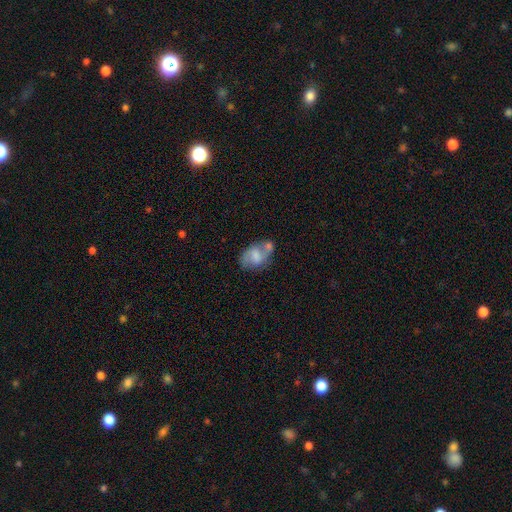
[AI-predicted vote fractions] The model was most divided on "smooth or featured": smooth: 47%, featured or disk: 44%, star or artifact: 8%. Remaining: merging — none (41%).